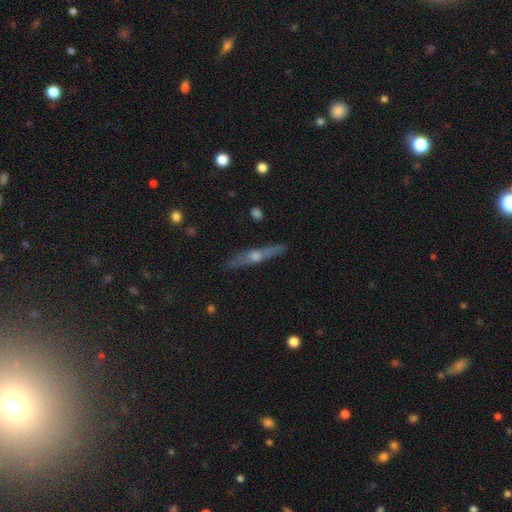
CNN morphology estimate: Smooth or featured: featured or disk — 68% (smooth — 25%)
Edge-on disk: yes — 94% (no — 6%)
Edge-on bulge: rounded — 89% (none — 8%)
Merging: none — 86% (minor disturbance — 10%)